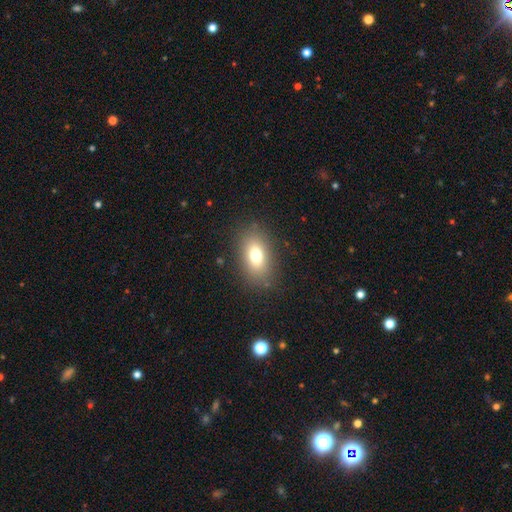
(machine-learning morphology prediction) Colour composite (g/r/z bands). It shows a smooth galaxy with no disk features (75%) that is in between round and cigar-shaped (84%). Merging: none (85%).